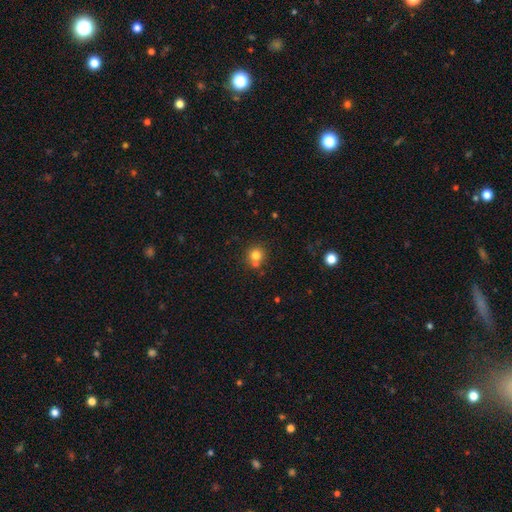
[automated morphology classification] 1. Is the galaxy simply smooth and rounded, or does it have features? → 78% smooth, 13% star or artifact, 9% featured or disk.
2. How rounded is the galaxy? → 91% round, 8% in between, 1% cigar-shaped.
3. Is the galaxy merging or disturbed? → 65% none, 23% merger, 9% minor disturbance, 3% major disturbance.